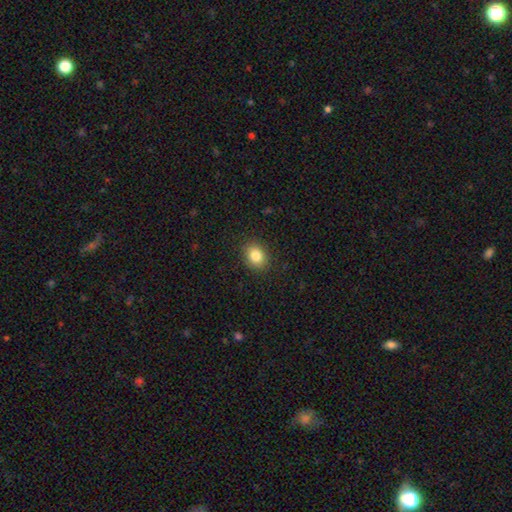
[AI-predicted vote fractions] Smooth or featured? smooth (84%)
How rounded? round (54%)
Merging? none (89%)